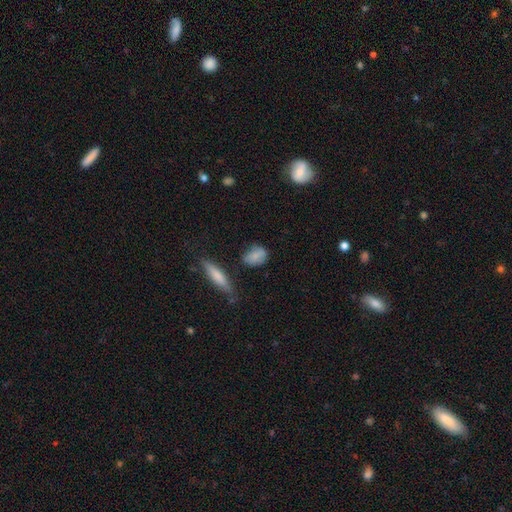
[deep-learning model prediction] Smooth or featured?
  - smooth: 79% *
  - featured or disk: 12%
  - star or artifact: 8%
How rounded?
  - in between: 75% *
  - round: 19%
  - cigar-shaped: 6%
Merging?
  - none: 62% *
  - minor disturbance: 26%
  - major disturbance: 6%
  - merger: 5%